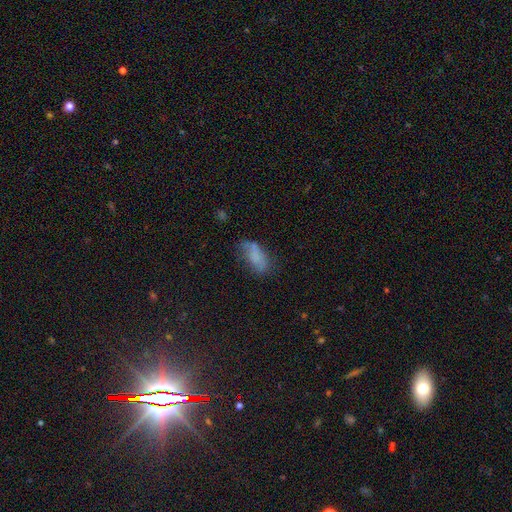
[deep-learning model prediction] Smooth or featured?
  - smooth: 64% *
  - featured or disk: 23%
  - star or artifact: 12%
How rounded?
  - in between: 86% *
  - cigar-shaped: 10%
  - round: 4%
Merging?
  - none: 43% *
  - minor disturbance: 30%
  - major disturbance: 21%
  - merger: 6%